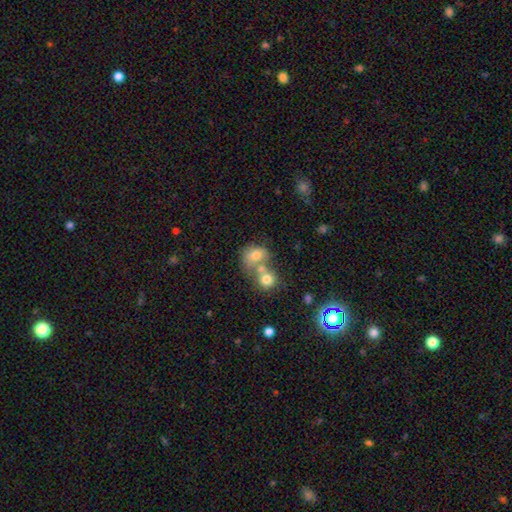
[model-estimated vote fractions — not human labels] Overall: smooth (71%). How rounded: round (54%; in between 45%). Merging: merger (55%; none 29%).